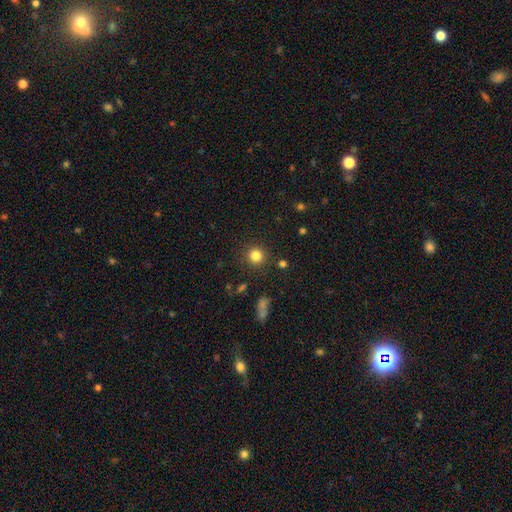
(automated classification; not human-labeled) smooth 82%, star or artifact 13%, featured or disk 6%. Down the decision tree: how rounded — round (92%); merging — none (87%).